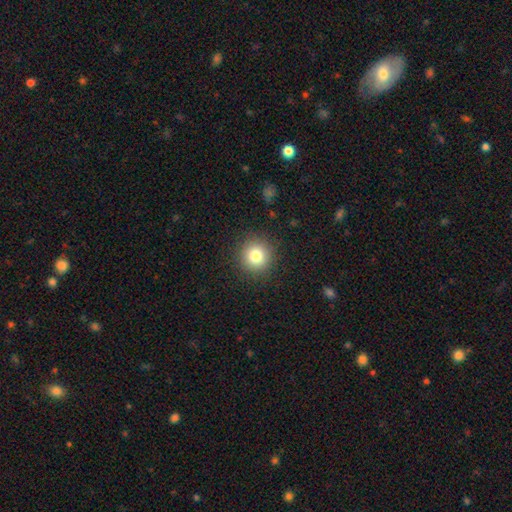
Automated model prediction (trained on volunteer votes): Smooth or featured? smooth (80%)
How rounded? round (94%)
Merging? none (90%)